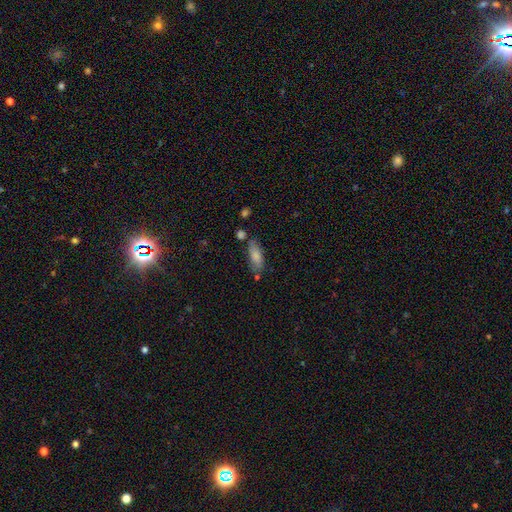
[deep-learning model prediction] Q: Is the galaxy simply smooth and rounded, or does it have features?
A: smooth — 77%.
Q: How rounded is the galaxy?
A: in between — 73%.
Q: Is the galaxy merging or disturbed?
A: none — 62%.